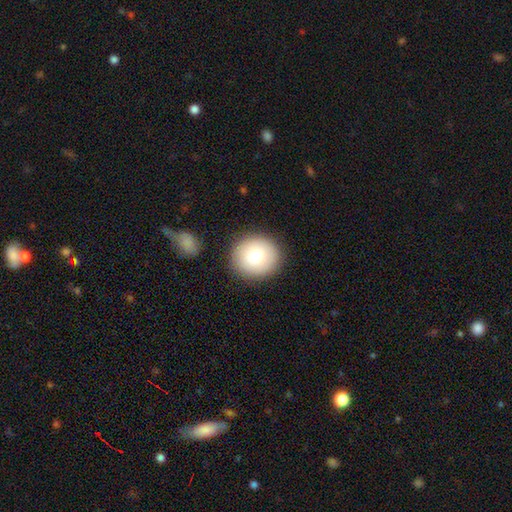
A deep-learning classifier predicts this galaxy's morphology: Smooth or featured? smooth (76%)
How rounded? round (89%)
Merging? none (89%)